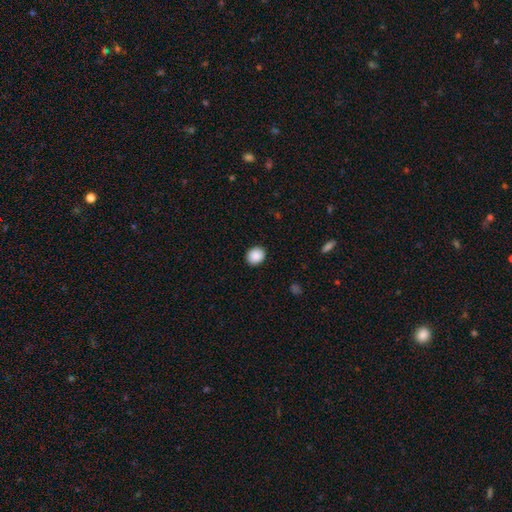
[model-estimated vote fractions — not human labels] smooth-or-featured: smooth: 89% | star or artifact: 8% | featured or disk: 3%
  how-rounded: round: 70% | in between: 29% | cigar-shaped: 1%
  merging: none: 91% | minor disturbance: 6% | major disturbance: 2% | merger: 1%